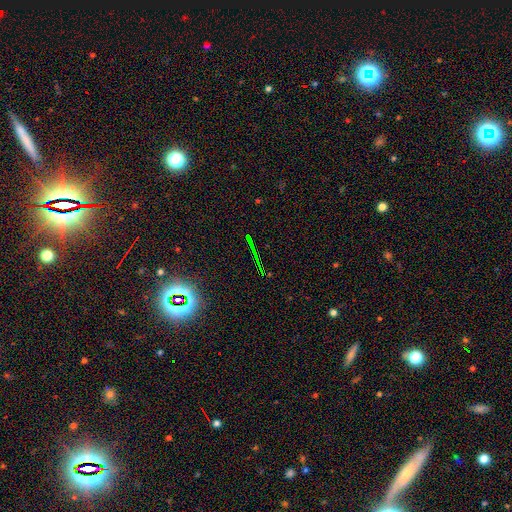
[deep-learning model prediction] Smooth or featured? Predicted: star or artifact (p=0.74).